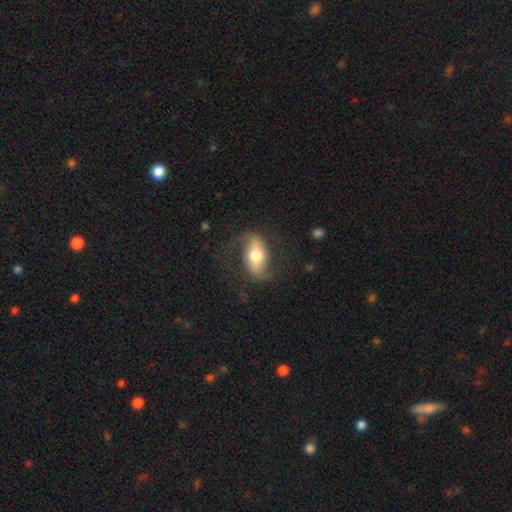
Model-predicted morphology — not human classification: Smooth or featured: featured or disk — 61% (smooth — 33%)
Edge-on disk: no — 88% (yes — 12%)
Bar: strong — 43% (no — 29%)
Spiral arms: yes — 78% (no — 22%)
Bulge size: moderate — 62% (large — 24%)
Merging: none — 69% (minor disturbance — 17%)